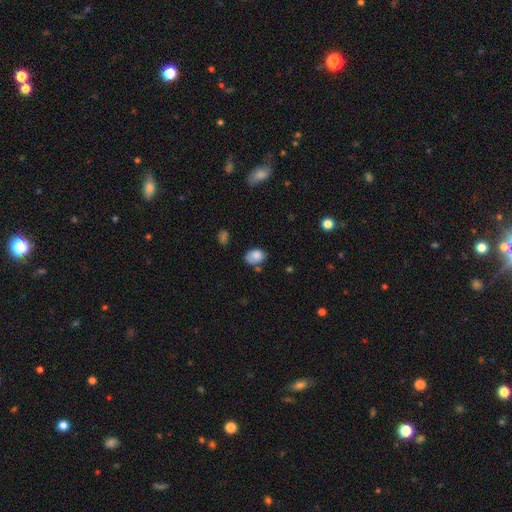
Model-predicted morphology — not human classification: type=smooth (83%); roundness=in between (75%); merging=none (57%).